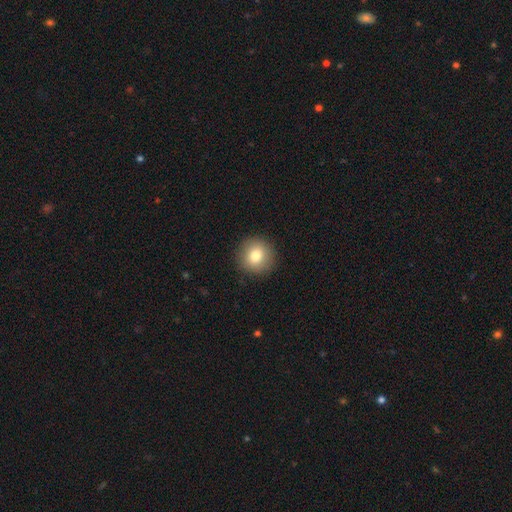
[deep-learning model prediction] smooth 81%, featured or disk 10%, star or artifact 9%. Down the decision tree: how rounded — round (93%); merging — none (91%).